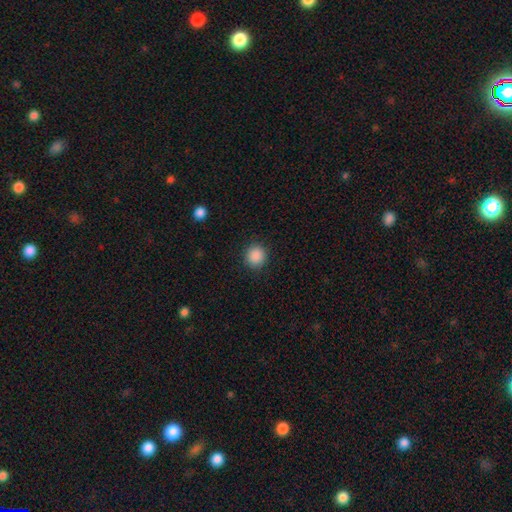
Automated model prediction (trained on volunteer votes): The model was most divided on "smooth or featured": smooth: 89%, star or artifact: 9%, featured or disk: 2%. More confident: merging — none (91%); how rounded — round (91%).